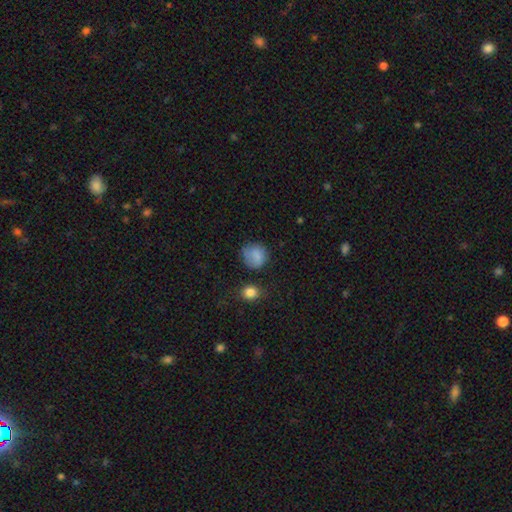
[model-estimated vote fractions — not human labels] Morphology: type=smooth (82%); roundness=round (81%); merging=none (63%).